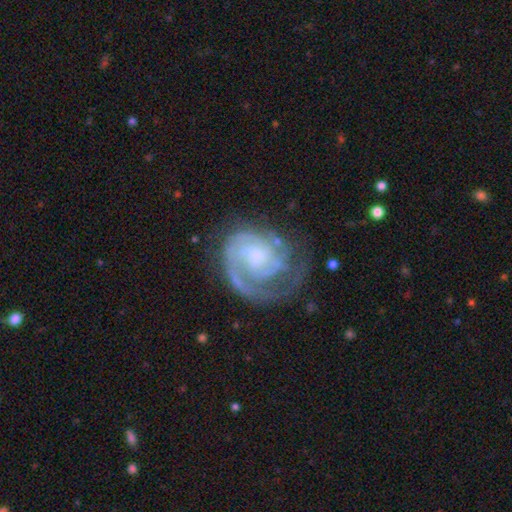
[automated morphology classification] Smooth or featured?
  - featured or disk: 86% *
  - smooth: 9%
  - star or artifact: 5%
Edge-on disk?
  - no: 98% *
  - yes: 2%
Bar?
  - no: 65% *
  - weak: 29%
  - strong: 6%
Spiral arms?
  - yes: 96% *
  - no: 4%
Spiral winding?
  - tight: 65% *
  - medium: 28%
  - loose: 7%
Spiral arm count?
  - 2: 32% *
  - 1: 31%
  - can't tell: 16%
  - 3: 13%
  - 4: 4%
  - more than 4: 3%
Bulge size?
  - small: 38% *
  - moderate: 35%
  - none: 16%
  - large: 9%
  - dominant: 2%
Merging?
  - none: 62% *
  - minor disturbance: 20%
  - major disturbance: 16%
  - merger: 2%